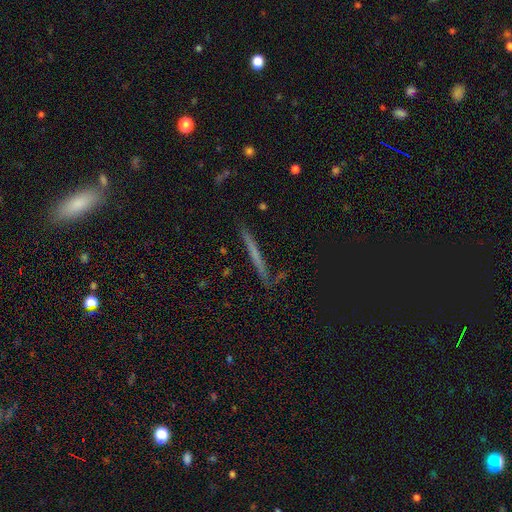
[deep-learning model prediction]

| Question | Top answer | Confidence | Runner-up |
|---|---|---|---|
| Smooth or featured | smooth | 48% | featured or disk (43%) |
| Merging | none | 82% | minor disturbance (12%) |